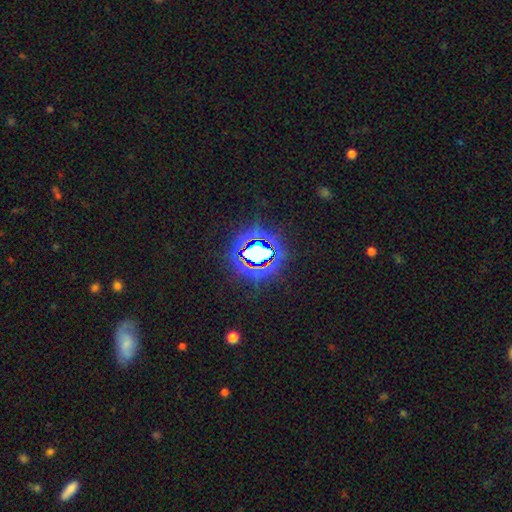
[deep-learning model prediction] This appears to be a star or artifact, not a galaxy (73%).